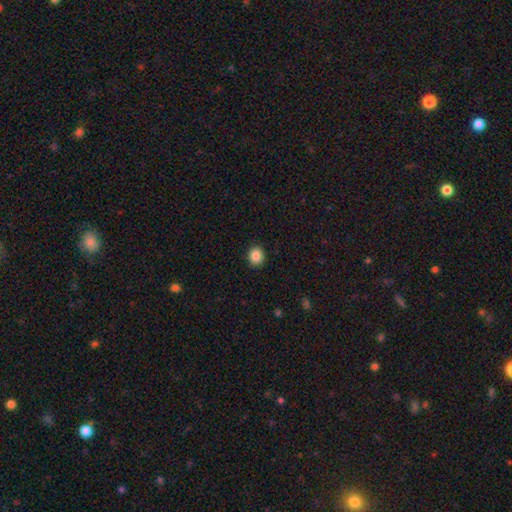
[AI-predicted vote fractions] Smooth or featured? Predicted: smooth (p=0.88). How rounded? Predicted: round (p=0.70). Merging? Predicted: none (p=0.91).